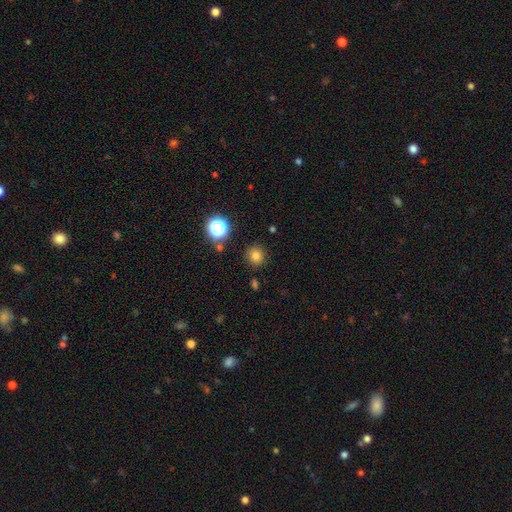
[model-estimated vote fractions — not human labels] A smooth galaxy with no disk features (77%) that is round (90%).

Vote fractions:
- Smooth or featured? smooth: 77% / star or artifact: 16% / featured or disk: 6%
- How rounded? round: 90% / in between: 9% / cigar-shaped: 1%
- Merging? none: 88% / minor disturbance: 7% / major disturbance: 2% / merger: 2%